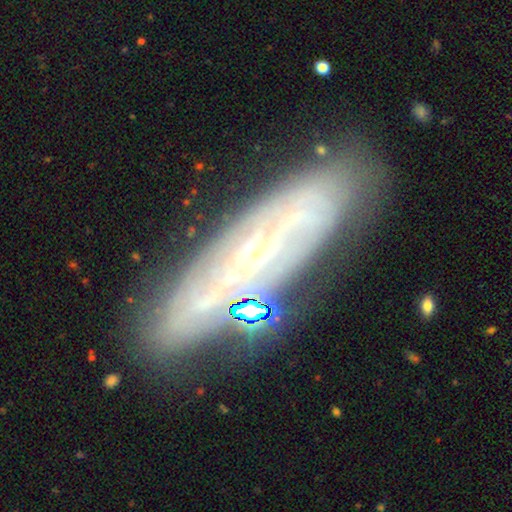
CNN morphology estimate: Smooth or featured?
  - featured or disk: 81% *
  - smooth: 12%
  - star or artifact: 8%
Edge-on disk?
  - no: 73% *
  - yes: 27%
Bar?
  - no: 63% *
  - weak: 24%
  - strong: 13%
Spiral arms?
  - yes: 76% *
  - no: 24%
Bulge size?
  - small: 68% *
  - moderate: 28%
  - large: 2%
  - none: 1%
  - dominant: 1%
Merging?
  - none: 76% *
  - minor disturbance: 14%
  - merger: 6%
  - major disturbance: 5%